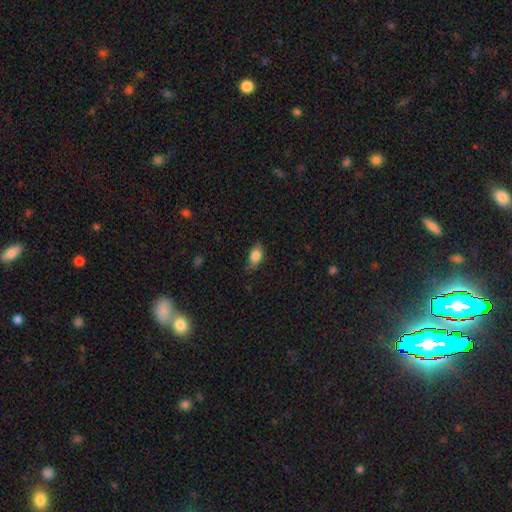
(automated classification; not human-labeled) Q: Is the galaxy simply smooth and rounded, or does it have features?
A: smooth — 79%.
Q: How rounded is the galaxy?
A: in between — 85%.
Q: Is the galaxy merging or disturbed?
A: none — 74%.